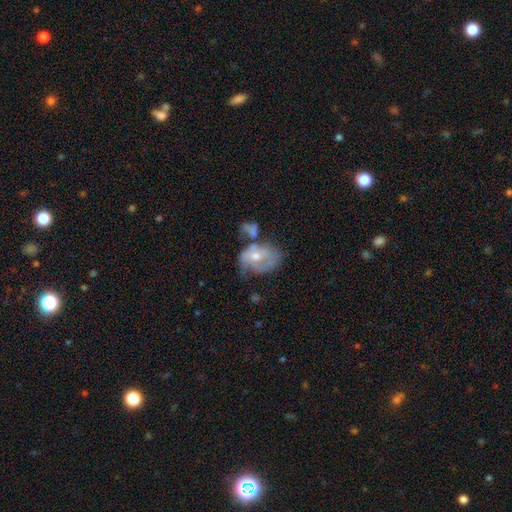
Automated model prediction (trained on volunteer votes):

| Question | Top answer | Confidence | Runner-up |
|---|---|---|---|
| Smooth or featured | featured or disk | 66% | smooth (26%) |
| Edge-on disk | no | 96% | yes (4%) |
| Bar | no | 58% | weak (32%) |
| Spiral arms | yes | 63% | no (37%) |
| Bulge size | moderate | 58% | small (38%) |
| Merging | merger | 31% | none (29%) |